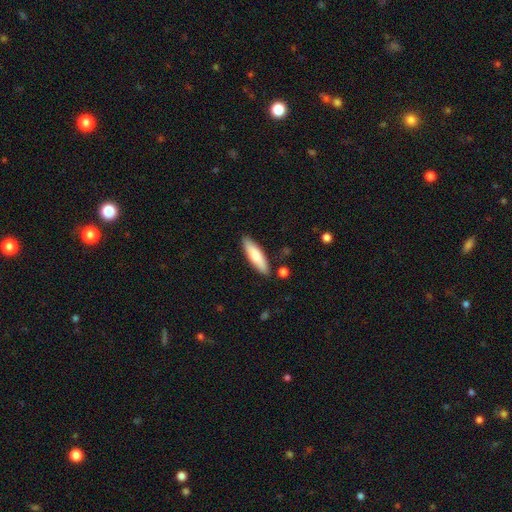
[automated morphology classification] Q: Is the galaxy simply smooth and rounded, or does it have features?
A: smooth — 77%.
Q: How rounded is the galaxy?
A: cigar-shaped — 64%.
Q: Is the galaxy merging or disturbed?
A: none — 86%.